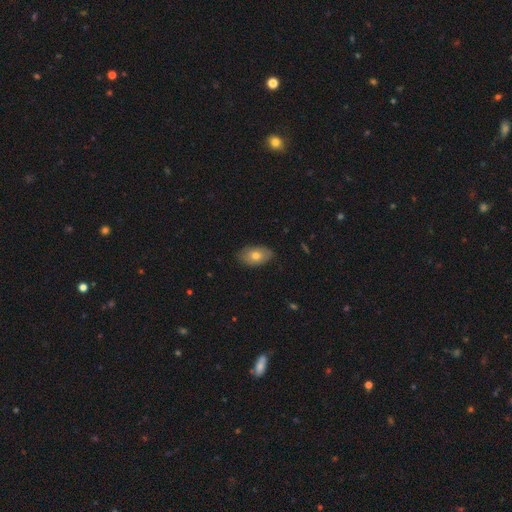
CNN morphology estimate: This appears to be a smooth galaxy with no disk features (70%) that is in between round and cigar-shaped (91%). Merging: none (82%).